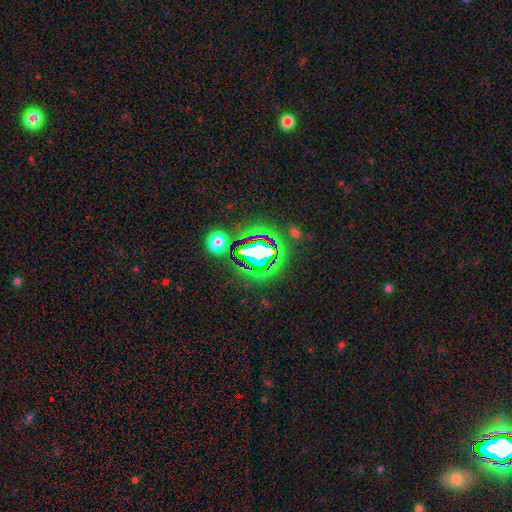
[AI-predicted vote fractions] This is likely a star or artifact rather than a galaxy (77%).